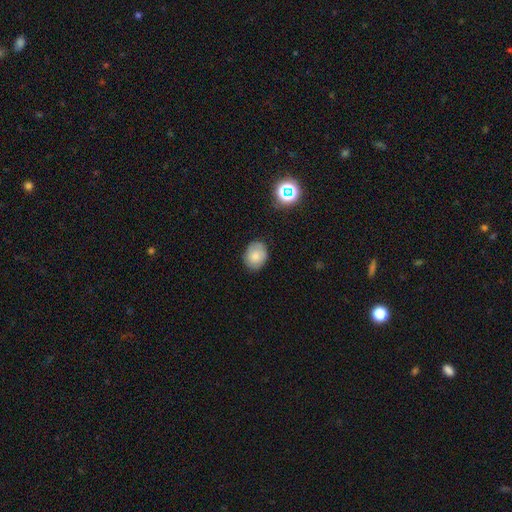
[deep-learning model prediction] A smooth galaxy with no disk features (79%) that is in between round and cigar-shaped (54%). Merging: none (82%).